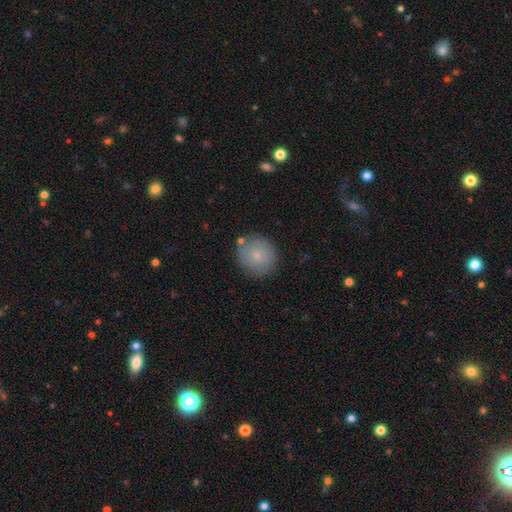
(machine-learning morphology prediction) smooth-or-featured: smooth: 79% | featured or disk: 12% | star or artifact: 9%
  how-rounded: round: 90% | in between: 9% | cigar-shaped: 1%
  merging: none: 83% | minor disturbance: 10% | merger: 4% | major disturbance: 3%